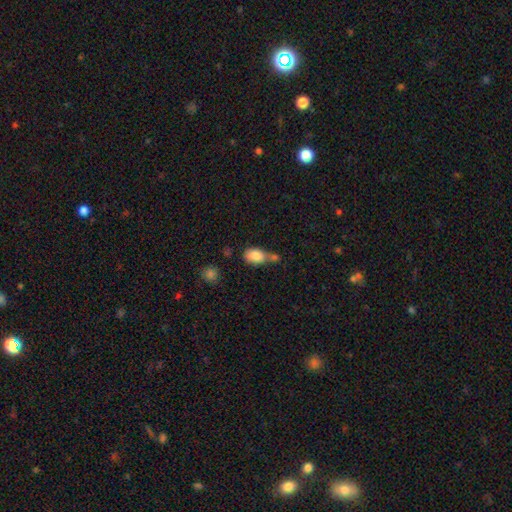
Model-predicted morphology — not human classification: Overall: smooth (84%). How rounded: in between (84%). Merging: none (40%; merger 37%).